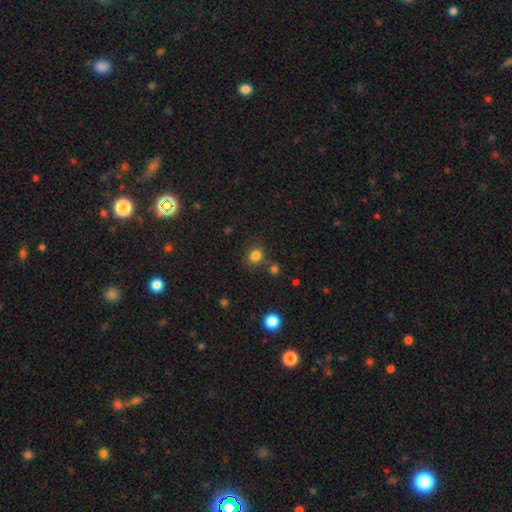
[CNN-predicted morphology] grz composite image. It shows a smooth galaxy with no disk features (81%) that is round (66%). Merging: none (75%).